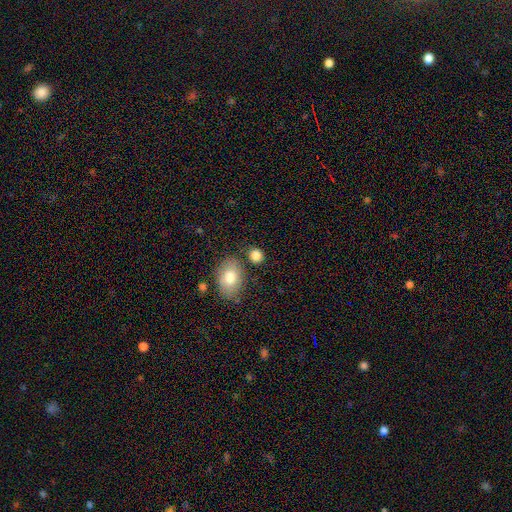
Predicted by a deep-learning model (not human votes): A smooth galaxy with no disk features (84%) that is round (60%).

Vote fractions:
- Smooth or featured? smooth: 84% / star or artifact: 9% / featured or disk: 7%
- How rounded? round: 60% / in between: 38% / cigar-shaped: 1%
- Merging? none: 75% / minor disturbance: 12% / merger: 9% / major disturbance: 4%